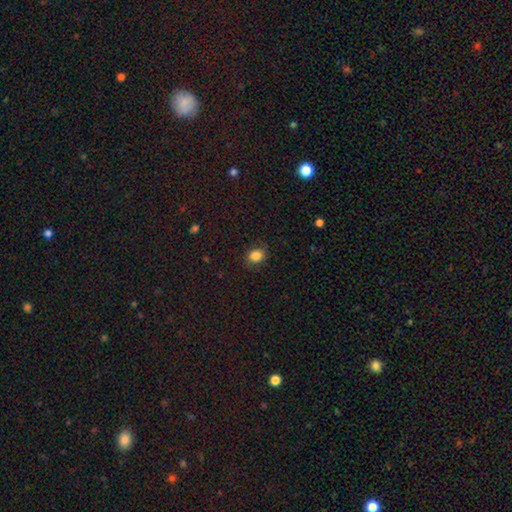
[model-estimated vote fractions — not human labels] A smooth galaxy with no disk features (84%) that is round (52%).

Vote fractions:
- Smooth or featured? smooth: 84% / star or artifact: 10% / featured or disk: 6%
- How rounded? round: 52% / in between: 47% / cigar-shaped: 1%
- Merging? none: 79% / minor disturbance: 15% / major disturbance: 4% / merger: 1%